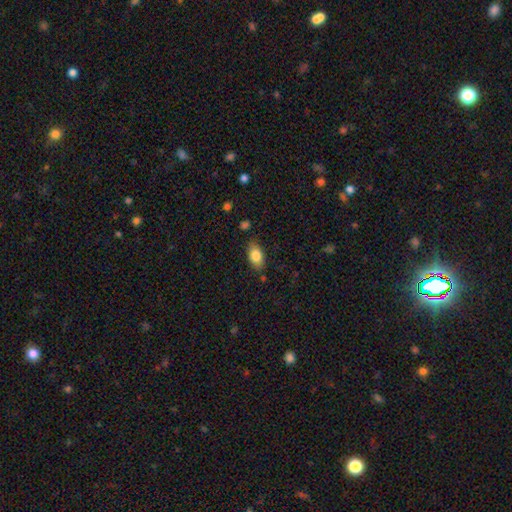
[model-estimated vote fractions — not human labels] A smooth galaxy with no disk features (83%) that is in between round and cigar-shaped (90%). Merging: none (82%).